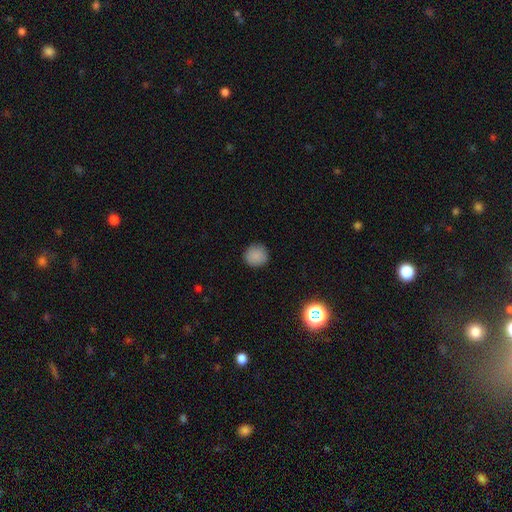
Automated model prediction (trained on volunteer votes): The model was most divided on "smooth or featured": smooth: 86%, star or artifact: 10%, featured or disk: 3%. More confident: how rounded — round (91%); merging — none (90%).